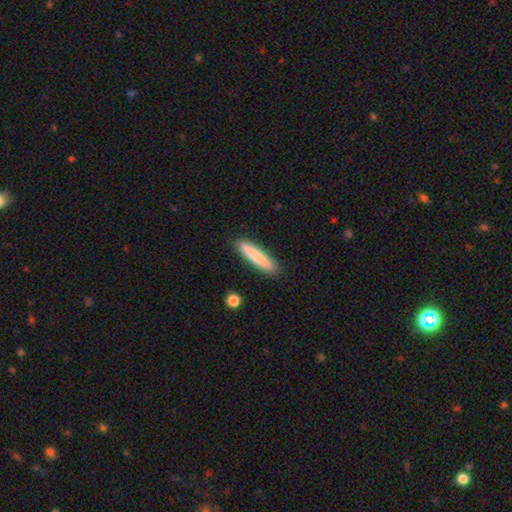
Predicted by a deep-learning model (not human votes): Q: Smooth or featured?
A: smooth (82%); runner-up: featured or disk (13%)
Q: How rounded?
A: cigar-shaped (89%); runner-up: in between (10%)
Q: Merging?
A: none (90%); runner-up: minor disturbance (7%)